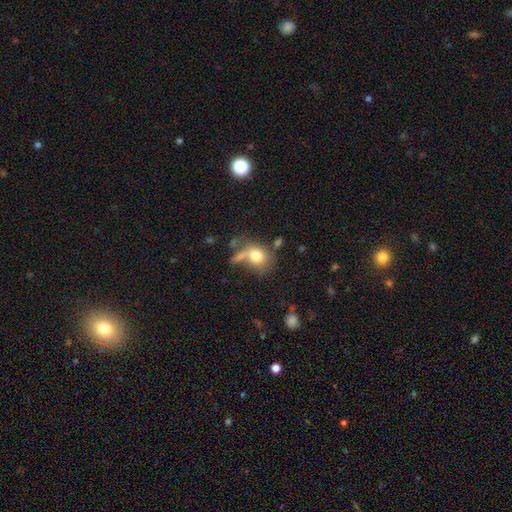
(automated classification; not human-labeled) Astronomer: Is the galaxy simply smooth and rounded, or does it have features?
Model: smooth — 76%.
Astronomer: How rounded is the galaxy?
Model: round — 54% (runner-up: in between, 44%).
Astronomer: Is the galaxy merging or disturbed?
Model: none — 43% (runner-up: merger, 22%).